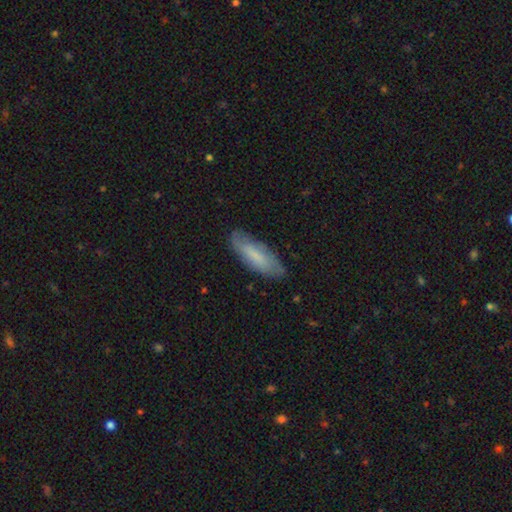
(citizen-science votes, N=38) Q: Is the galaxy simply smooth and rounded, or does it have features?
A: smooth — 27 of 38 (71%).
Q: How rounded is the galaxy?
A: in between — 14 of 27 (52%).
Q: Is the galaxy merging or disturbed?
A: none — 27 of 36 (75%).